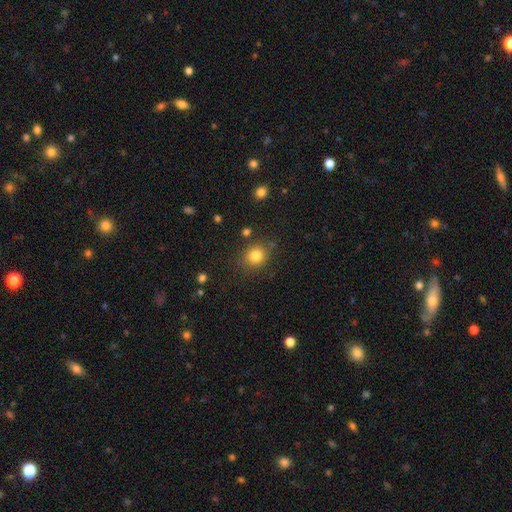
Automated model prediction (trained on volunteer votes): A smooth galaxy with no disk features (82%) that is round (76%).

Vote fractions:
- Smooth or featured? smooth: 82% / star or artifact: 12% / featured or disk: 6%
- How rounded? round: 76% / in between: 23% / cigar-shaped: 1%
- Merging? none: 81% / minor disturbance: 11% / merger: 4% / major disturbance: 4%